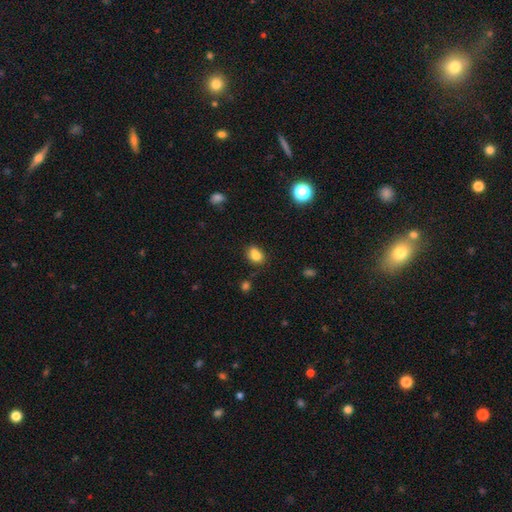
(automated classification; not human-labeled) The model was most divided on "how rounded": in between: 58%, round: 40%, cigar-shaped: 1%. More confident: smooth or featured — smooth (80%); merging — none (57%).